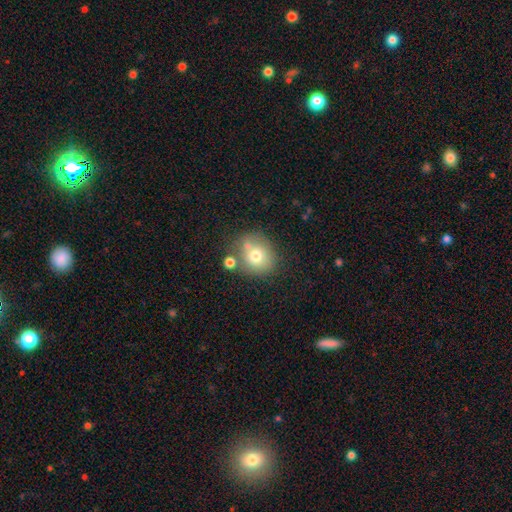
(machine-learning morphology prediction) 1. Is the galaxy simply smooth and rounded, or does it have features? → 72% smooth, 16% featured or disk, 11% star or artifact.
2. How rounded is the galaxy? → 78% round, 21% in between, 1% cigar-shaped.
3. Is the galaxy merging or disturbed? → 63% none, 18% merger, 14% minor disturbance, 5% major disturbance.